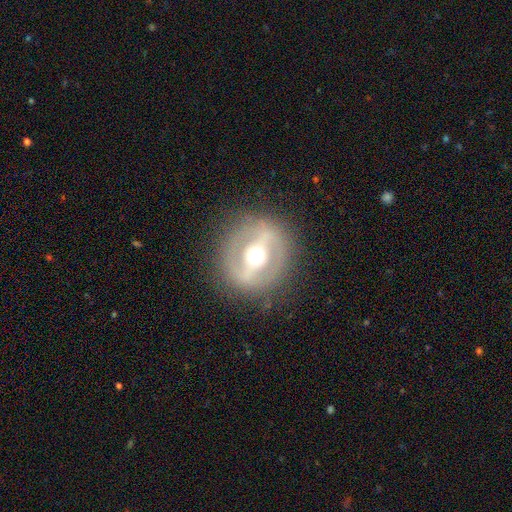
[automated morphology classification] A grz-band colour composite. It shows a featured or disk galaxy (74%) with a strong bar (64%), no spiral arms (72%) and a moderate central bulge (68%). Merging: none (82%).